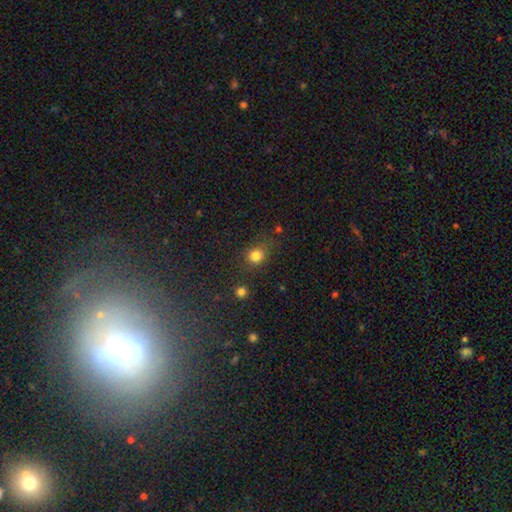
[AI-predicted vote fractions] Smooth or featured: smooth — 81% (star or artifact — 14%)
How rounded: round — 74% (in between — 24%)
Merging: none — 74% (minor disturbance — 15%)